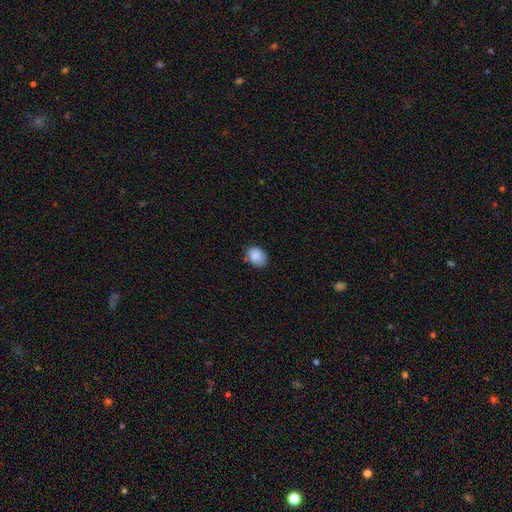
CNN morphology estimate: Smooth or featured? Predicted: smooth (p=0.86). How rounded? Predicted: in between (p=0.62). Merging? Predicted: none (p=0.73).